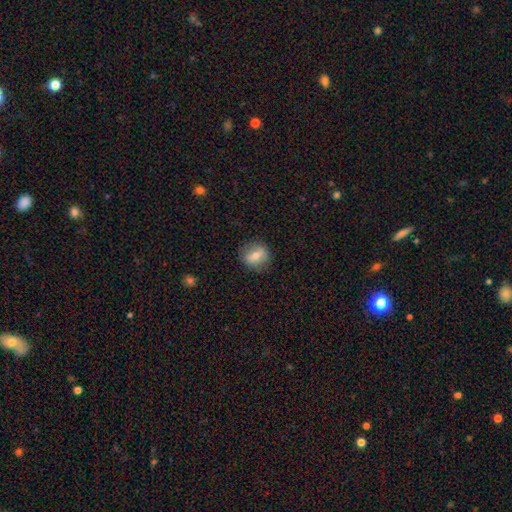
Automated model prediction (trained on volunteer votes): This appears to be a smooth galaxy with no disk features (61%) that is round (68%). Merging: none (80%).